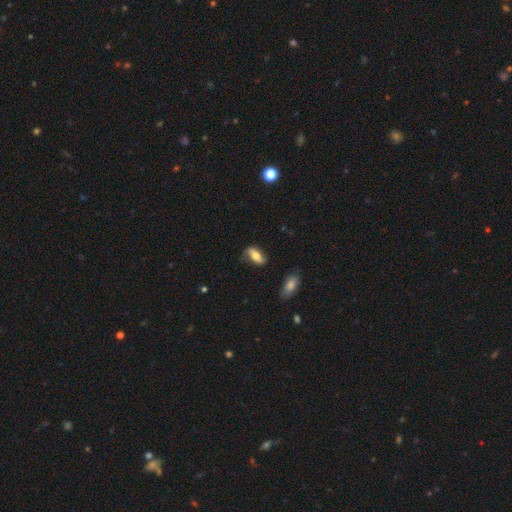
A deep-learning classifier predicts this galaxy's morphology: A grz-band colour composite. It shows a smooth galaxy with no disk features (56%) that is in between round and cigar-shaped (81%). Merging: none (64%).